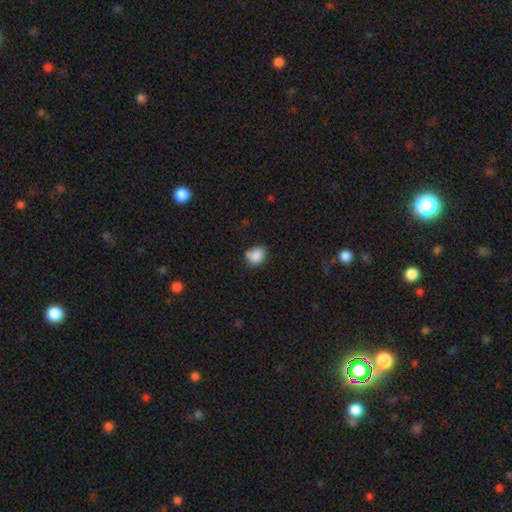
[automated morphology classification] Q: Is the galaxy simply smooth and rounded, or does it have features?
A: smooth — 85%.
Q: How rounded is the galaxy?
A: in between — 63%.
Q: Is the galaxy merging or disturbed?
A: none — 58%.